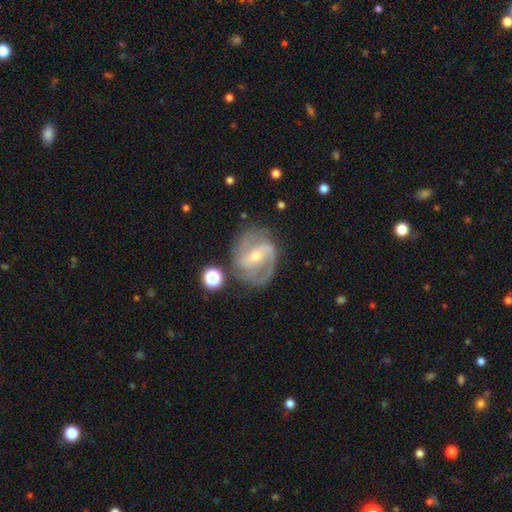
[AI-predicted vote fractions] Q: Smooth or featured?
A: featured or disk (87%); runner-up: smooth (7%)
Q: Edge-on disk?
A: no (97%); runner-up: yes (3%)
Q: Bar?
A: weak (46%); runner-up: strong (33%)
Q: Spiral arms?
A: yes (96%); runner-up: no (4%)
Q: Spiral winding?
A: medium (53%); runner-up: tight (31%)
Q: Spiral arm count?
A: 2 (69%); runner-up: 3 (15%)
Q: Bulge size?
A: small (56%); runner-up: moderate (40%)
Q: Merging?
A: none (71%); runner-up: minor disturbance (17%)